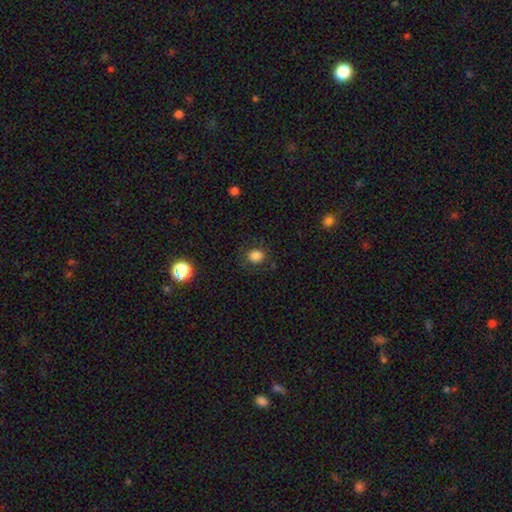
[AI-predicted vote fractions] Smooth or featured? smooth (83%)
How rounded? round (73%)
Merging? none (83%)